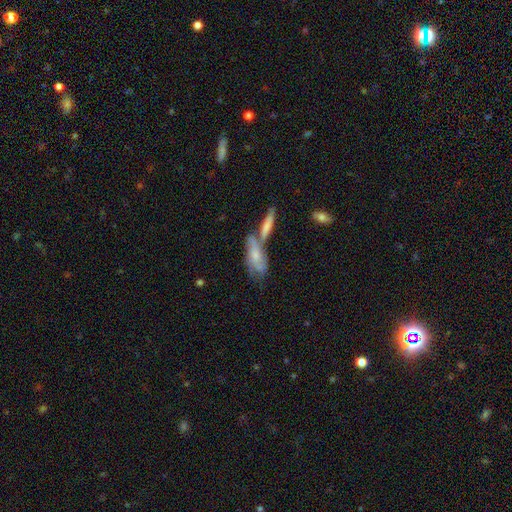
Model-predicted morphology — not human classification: A featured or disk galaxy (50%).

Vote fractions:
- Smooth or featured? featured or disk: 50% / smooth: 43% / star or artifact: 7%
- Merging? merger: 46% / none: 30% / minor disturbance: 15% / major disturbance: 9%